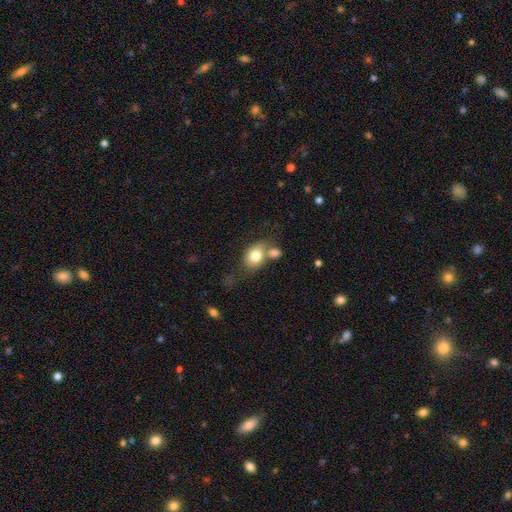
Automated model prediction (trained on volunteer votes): smooth-or-featured: smooth: 77% | featured or disk: 15% | star or artifact: 8%
  how-rounded: in between: 63% | round: 36% | cigar-shaped: 1%
  merging: none: 38% | merger: 37% | minor disturbance: 16% | major disturbance: 9%